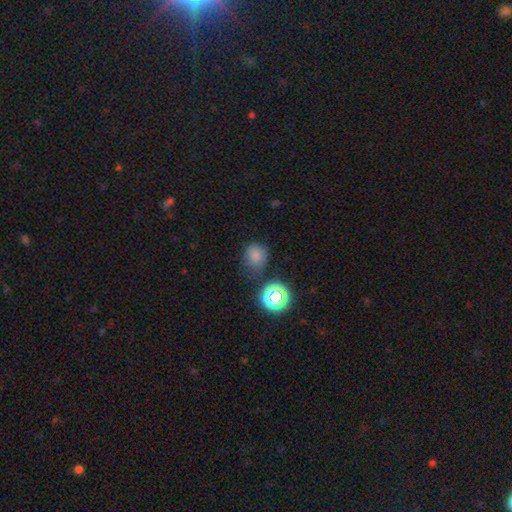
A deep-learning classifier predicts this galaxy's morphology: The model was most divided on "merging": none: 67%, minor disturbance: 20%, merger: 7%, major disturbance: 6%. More confident: how rounded — round (73%); smooth or featured — smooth (72%).